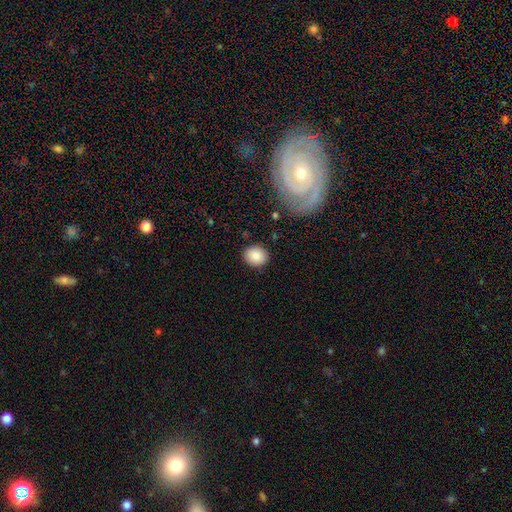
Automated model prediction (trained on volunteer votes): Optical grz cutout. It shows a smooth galaxy with no disk features (87%) that is round (70%). Merging: none (88%).